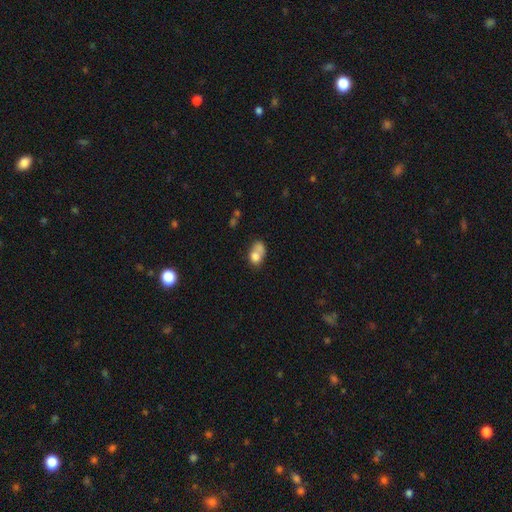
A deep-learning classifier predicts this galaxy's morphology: type=smooth (72%); roundness=in between (66%); merging=merger (45%).